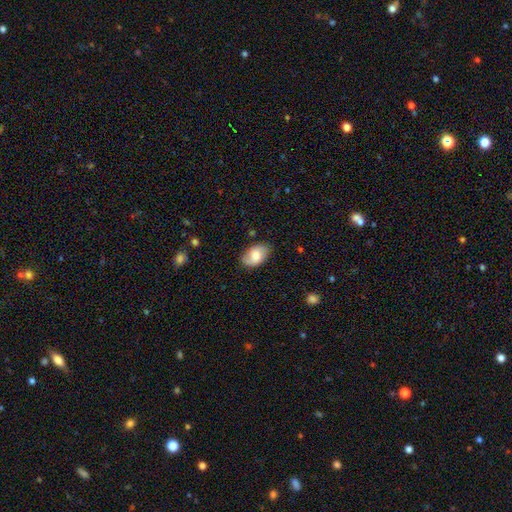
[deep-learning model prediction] A smooth galaxy with no disk features (69%) that is in between round and cigar-shaped (90%).

Vote fractions:
- Smooth or featured? smooth: 69% / featured or disk: 24% / star or artifact: 7%
- How rounded? in between: 90% / round: 8% / cigar-shaped: 1%
- Merging? none: 75% / minor disturbance: 20% / major disturbance: 4% / merger: 1%